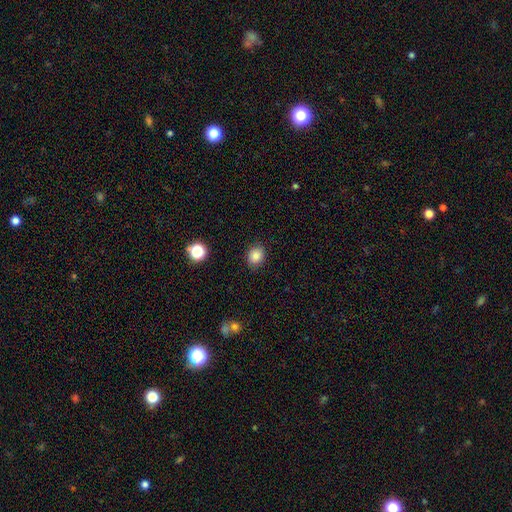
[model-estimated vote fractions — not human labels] This is clearly a smooth galaxy (85%). How rounded: possibly round (52%). Merging: clearly none (86%).